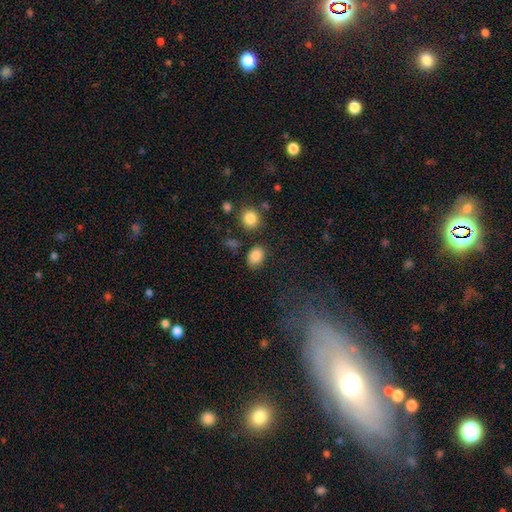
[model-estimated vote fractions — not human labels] A smooth galaxy with no disk features (86%) that is in between round and cigar-shaped (64%). Merging: none (80%).